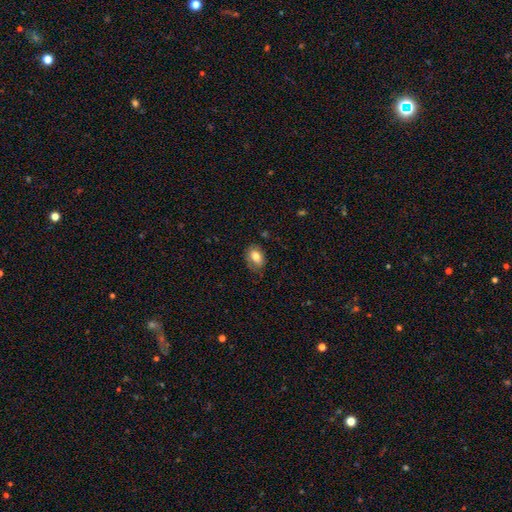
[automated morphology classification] A smooth galaxy with no disk features (79%) that is in between round and cigar-shaped (77%). Merging: none (70%).